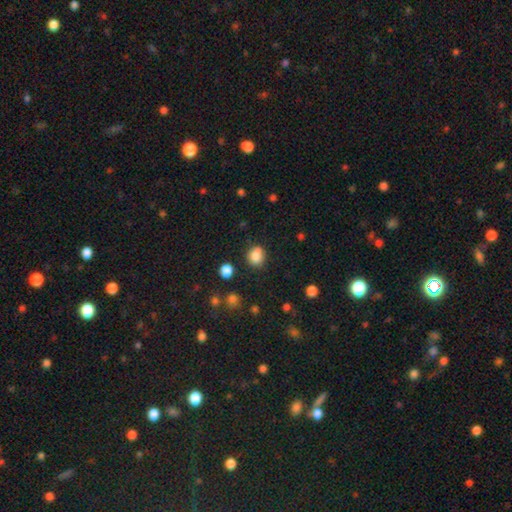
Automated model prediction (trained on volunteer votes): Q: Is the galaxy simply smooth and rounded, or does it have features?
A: smooth — 81%.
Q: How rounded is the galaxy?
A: round — 66%.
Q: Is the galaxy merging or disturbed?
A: none — 64%.